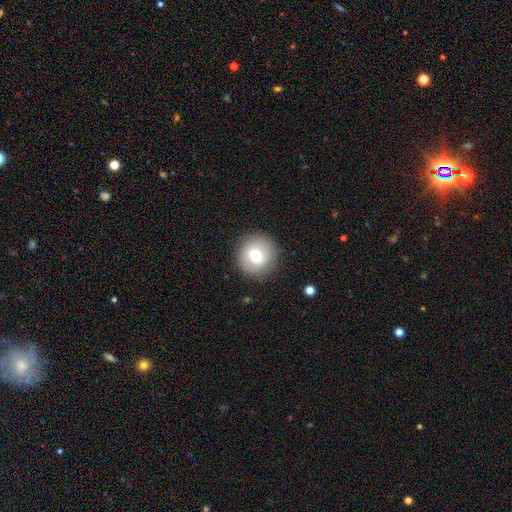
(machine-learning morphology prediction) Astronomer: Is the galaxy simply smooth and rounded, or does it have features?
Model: smooth — 71%.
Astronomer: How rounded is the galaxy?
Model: round — 91%.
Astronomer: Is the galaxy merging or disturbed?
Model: none — 88%.